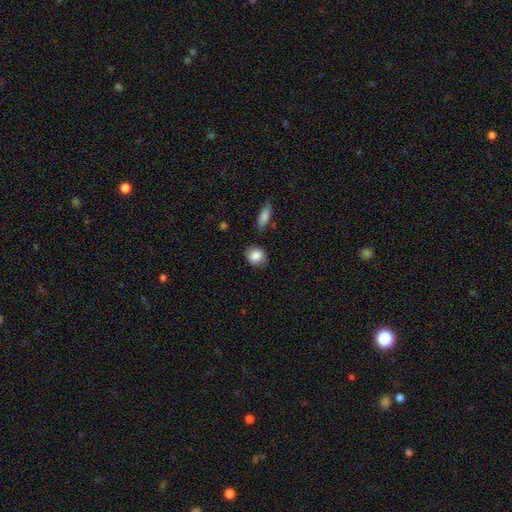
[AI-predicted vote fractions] Smooth or featured?
  - smooth: 87% *
  - star or artifact: 7%
  - featured or disk: 6%
How rounded?
  - round: 71% *
  - in between: 27%
  - cigar-shaped: 2%
Merging?
  - none: 72% *
  - minor disturbance: 20%
  - major disturbance: 4%
  - merger: 4%